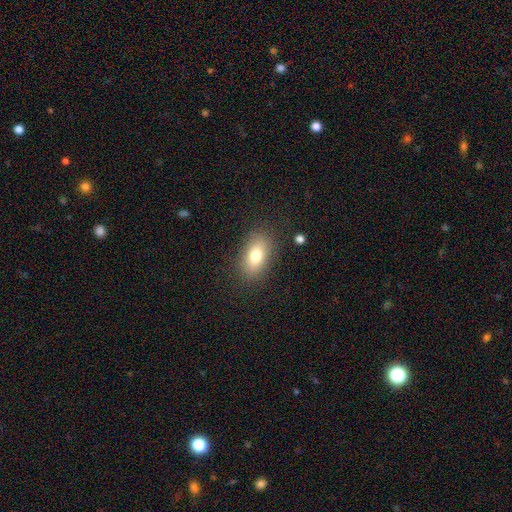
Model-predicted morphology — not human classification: This is likely a smooth galaxy (77%). How rounded: clearly in between (87%). Merging: clearly none (84%).